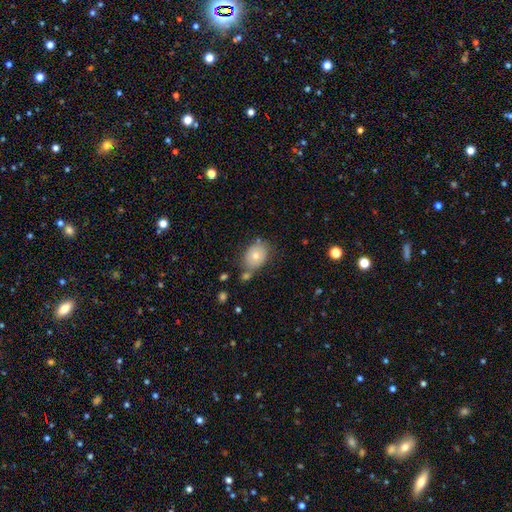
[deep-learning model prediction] smooth-or-featured: smooth: 73% | featured or disk: 18% | star or artifact: 9%
  how-rounded: in between: 64% | round: 35% | cigar-shaped: 1%
  merging: none: 66% | minor disturbance: 17% | merger: 12% | major disturbance: 5%